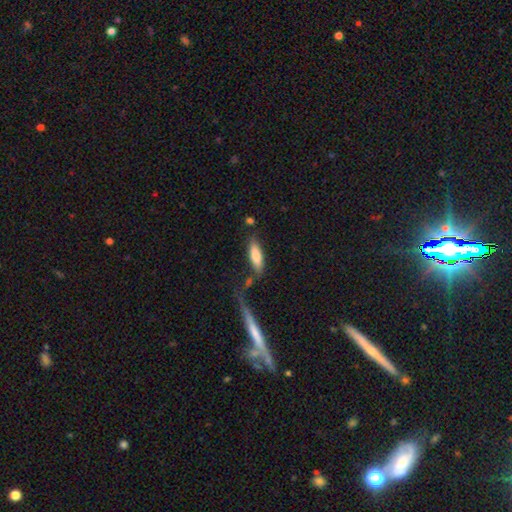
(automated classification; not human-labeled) This appears to be a smooth galaxy with no disk features (76%) that is in between round and cigar-shaped (53%). Merging: none (67%).